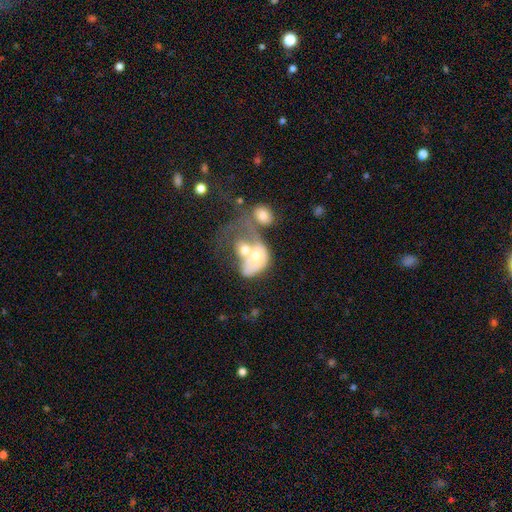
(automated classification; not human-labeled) The model was most divided on "smooth or featured": featured or disk: 50%, smooth: 41%, star or artifact: 9%. More confident: edge-on disk — no (96%); merging — merger (68%).